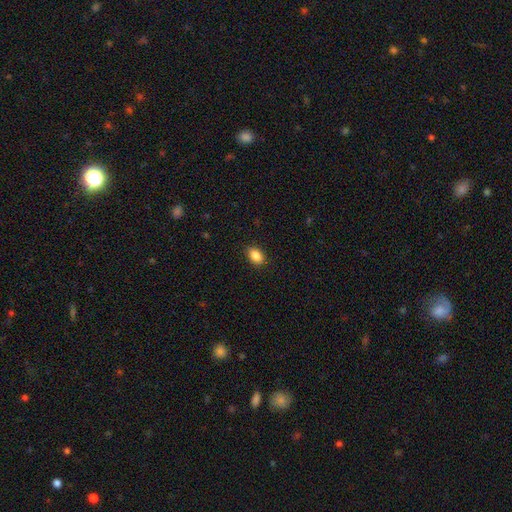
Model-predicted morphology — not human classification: smooth_or_featured: smooth (p=0.87) [alt: star or artifact p=0.08]
how_rounded: in between (p=0.84) [alt: round p=0.14]
merging: none (p=0.88) [alt: minor disturbance p=0.09]